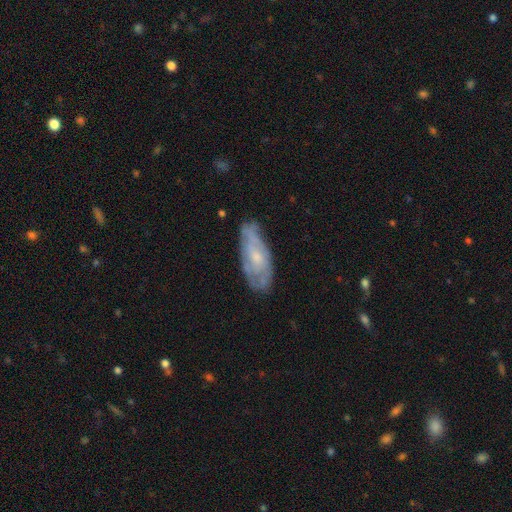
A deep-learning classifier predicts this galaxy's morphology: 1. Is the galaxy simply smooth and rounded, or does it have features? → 61% featured or disk, 33% smooth, 7% star or artifact.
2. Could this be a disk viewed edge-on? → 86% no, 14% yes.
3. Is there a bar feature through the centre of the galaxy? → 72% no, 24% weak, 4% strong.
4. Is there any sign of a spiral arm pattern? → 68% yes, 32% no.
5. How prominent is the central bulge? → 52% small, 37% moderate, 7% none, 2% large, 1% dominant.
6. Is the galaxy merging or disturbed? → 69% none, 23% minor disturbance, 6% major disturbance, 2% merger.